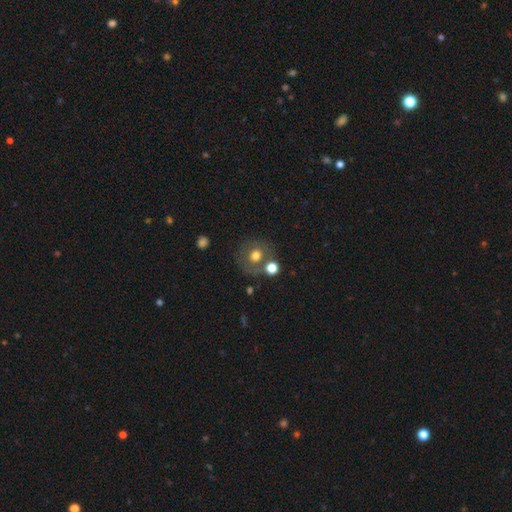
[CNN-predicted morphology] smooth-or-featured: smooth: 57% | featured or disk: 24% | star or artifact: 19%
  how-rounded: round: 87% | in between: 12% | cigar-shaped: 1%
  merging: none: 69% | merger: 15% | minor disturbance: 11% | major disturbance: 6%